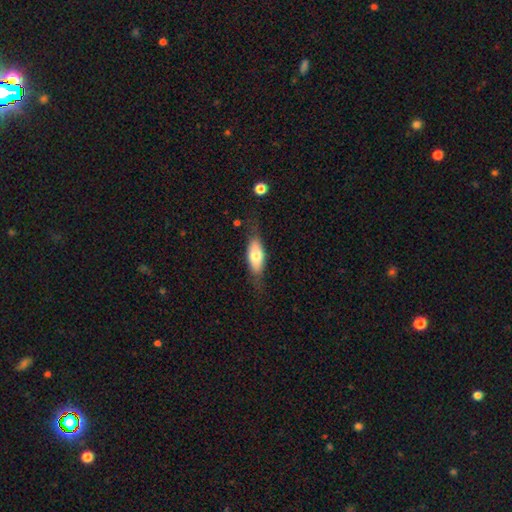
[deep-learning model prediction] Overall: smooth (64%; featured or disk 30%). How rounded: in between (74%). Merging: none (69%).